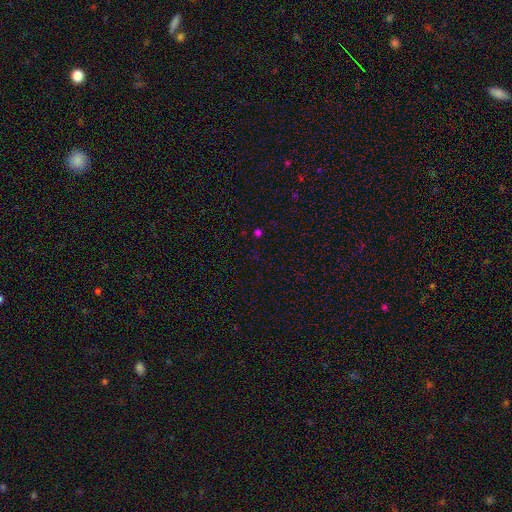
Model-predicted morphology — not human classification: Q: Smooth or featured?
A: star or artifact (56%); runner-up: smooth (37%)